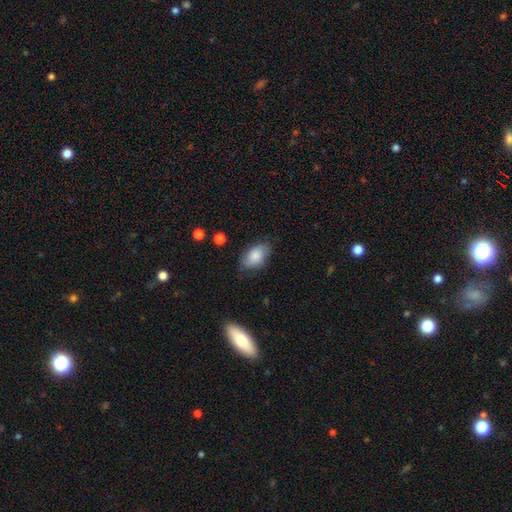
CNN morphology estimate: Overall: smooth (83%). How rounded: in between (92%). Merging: none (79%).